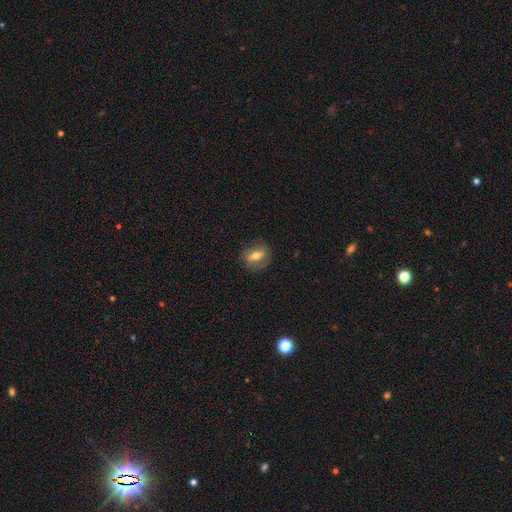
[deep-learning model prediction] smooth-or-featured: smooth: 54% | featured or disk: 37% | star or artifact: 9%
  how-rounded: in between: 56% | round: 34% | cigar-shaped: 10%
  merging: none: 82% | minor disturbance: 12% | major disturbance: 4% | merger: 1%